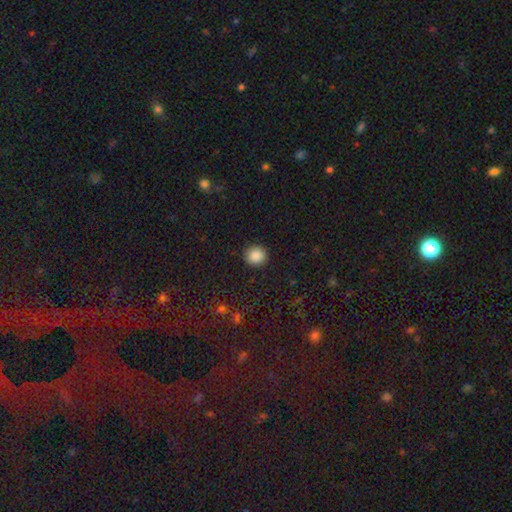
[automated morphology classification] Smooth or featured? smooth (87%)
How rounded? round (91%)
Merging? none (91%)